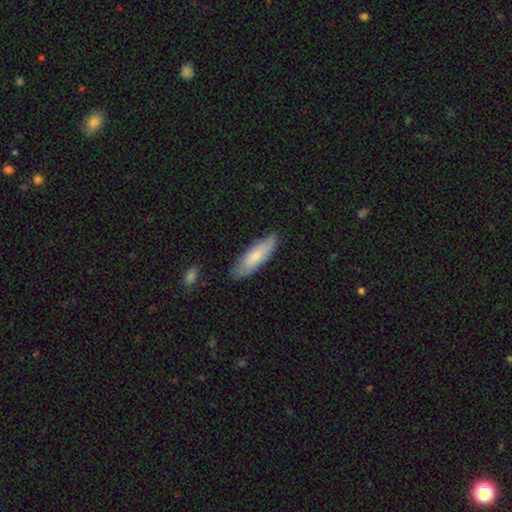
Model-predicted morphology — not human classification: This is likely a smooth galaxy (74%). How rounded: possibly cigar-shaped (56%). Merging: clearly none (82%).